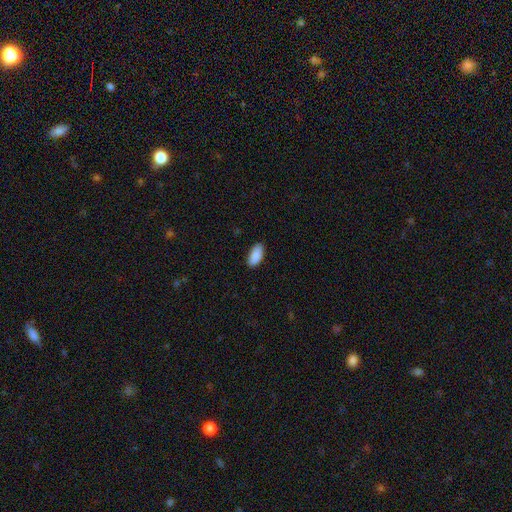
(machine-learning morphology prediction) A smooth galaxy with no disk features (90%) that is in between round and cigar-shaped (92%).

Vote fractions:
- Smooth or featured? smooth: 90% / star or artifact: 6% / featured or disk: 4%
- How rounded? in between: 92% / cigar-shaped: 7% / round: 2%
- Merging? none: 86% / minor disturbance: 11% / major disturbance: 2% / merger: 1%